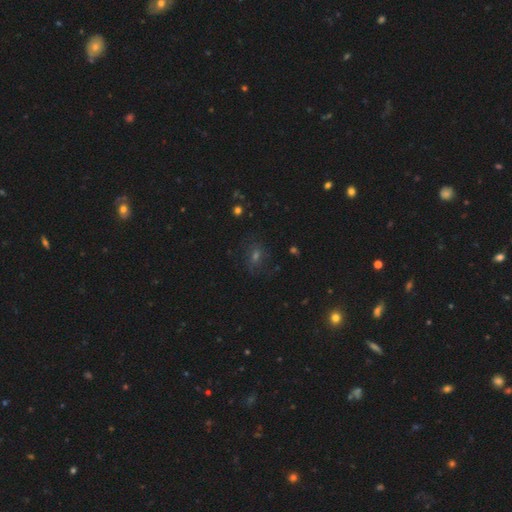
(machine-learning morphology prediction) This is marginally a smooth galaxy (39%). Merging: likely none (75%).